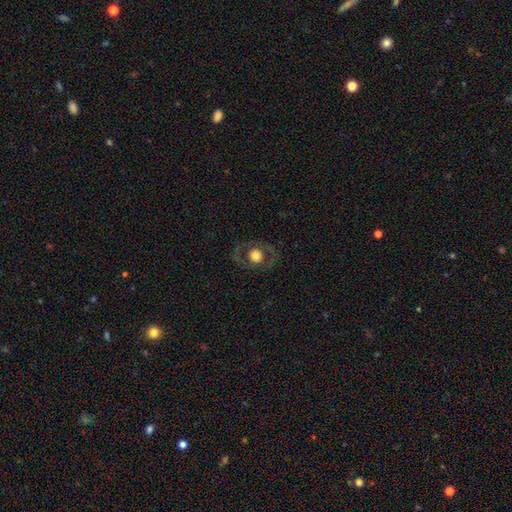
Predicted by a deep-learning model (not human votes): This appears to be a smooth galaxy with no disk features (50%) that is round (82%). Merging: none (80%).